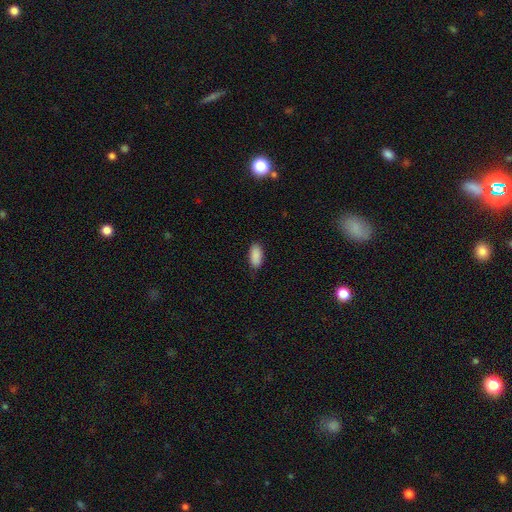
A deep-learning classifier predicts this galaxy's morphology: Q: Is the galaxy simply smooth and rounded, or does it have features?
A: smooth — 90%.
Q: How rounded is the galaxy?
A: in between — 90%.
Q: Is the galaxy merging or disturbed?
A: none — 84%.